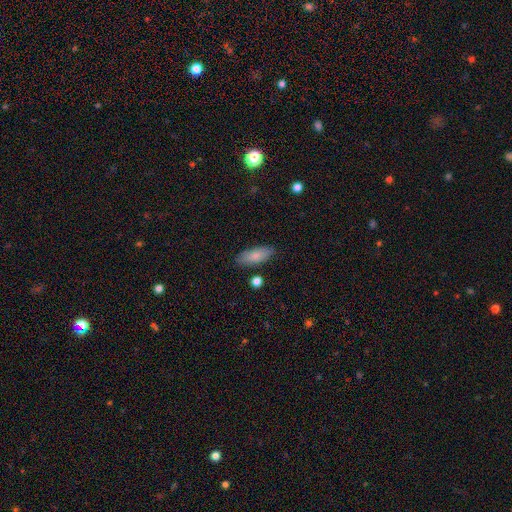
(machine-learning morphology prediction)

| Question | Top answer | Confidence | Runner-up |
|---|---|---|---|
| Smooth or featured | smooth | 82% | featured or disk (12%) |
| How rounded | in between | 78% | cigar-shaped (20%) |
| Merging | none | 83% | minor disturbance (12%) |